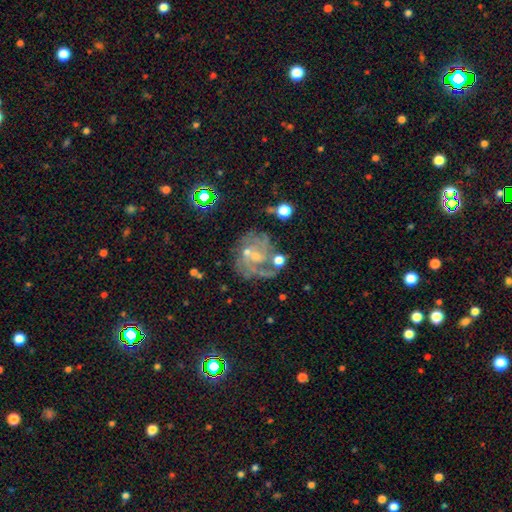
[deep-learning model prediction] This appears to be a featured or disk galaxy (76%) with no bar (57%), medium (43%) spiral arms (86%) and a small central bulge (59%). Merging: none (53%).